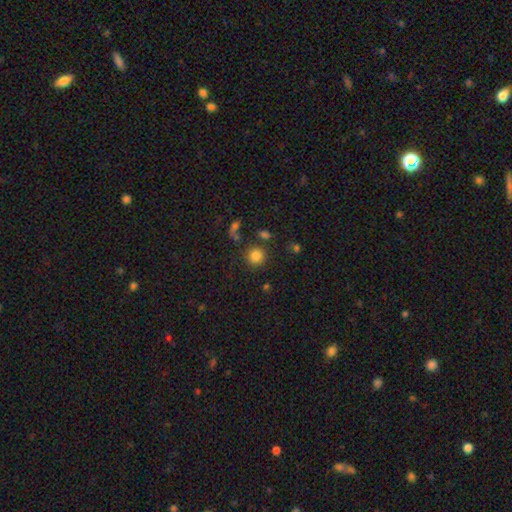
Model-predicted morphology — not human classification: Smooth or featured: smooth — 82% (star or artifact — 12%)
How rounded: round — 91% (in between — 8%)
Merging: none — 80% (minor disturbance — 9%)